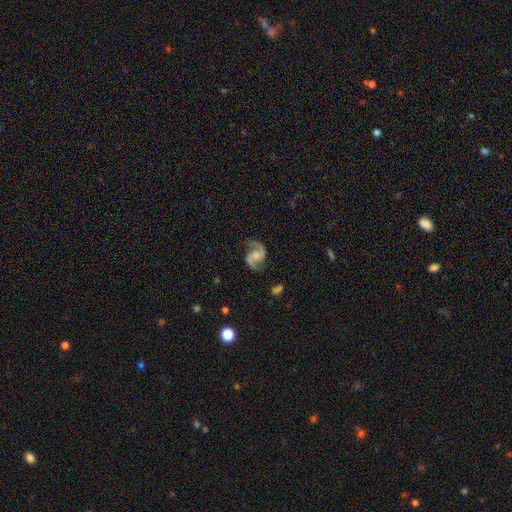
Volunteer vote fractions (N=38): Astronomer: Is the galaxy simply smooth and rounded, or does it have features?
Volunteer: featured or disk — 95%.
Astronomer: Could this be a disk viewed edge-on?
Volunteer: no — 94%.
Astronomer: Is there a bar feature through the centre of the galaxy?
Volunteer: no — 65%.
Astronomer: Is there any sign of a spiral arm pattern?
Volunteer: yes — 100%.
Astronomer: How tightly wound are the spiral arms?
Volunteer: medium — 53% (runner-up: loose, 32%).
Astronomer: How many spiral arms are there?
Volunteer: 2 — 97%.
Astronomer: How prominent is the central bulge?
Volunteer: moderate — 50% (runner-up: small, 41%).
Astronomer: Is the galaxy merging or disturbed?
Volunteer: none — 78%.